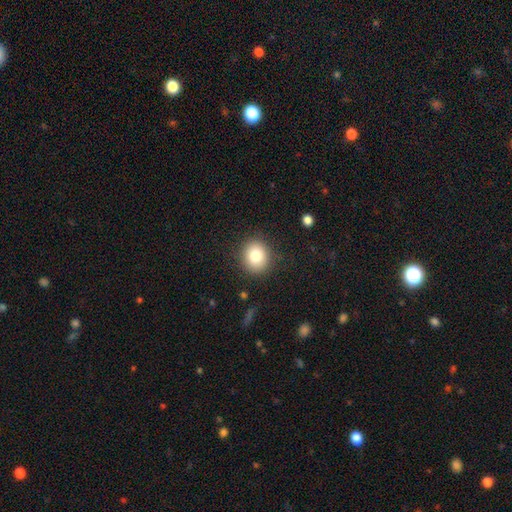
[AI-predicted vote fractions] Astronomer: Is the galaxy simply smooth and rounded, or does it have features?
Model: smooth — 81%.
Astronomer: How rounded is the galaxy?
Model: round — 77%.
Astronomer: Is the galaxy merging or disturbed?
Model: none — 87%.